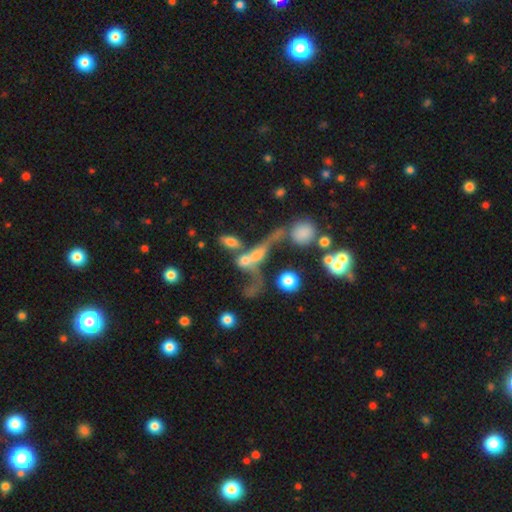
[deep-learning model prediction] Q: Smooth or featured?
A: featured or disk (49%); runner-up: smooth (32%)
Q: Merging?
A: merger (46%); runner-up: none (23%)